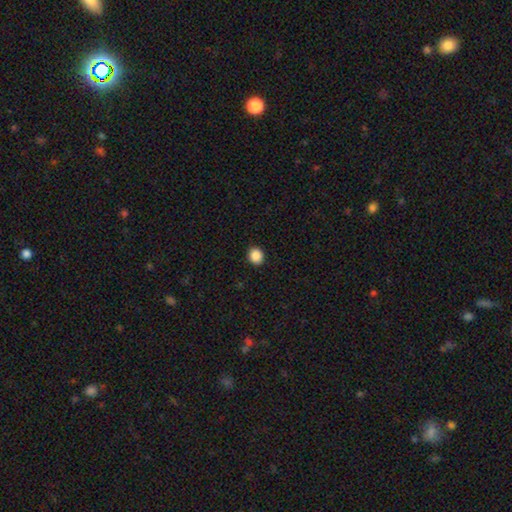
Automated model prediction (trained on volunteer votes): Smooth or featured? smooth (88%)
How rounded? round (82%)
Merging? none (93%)